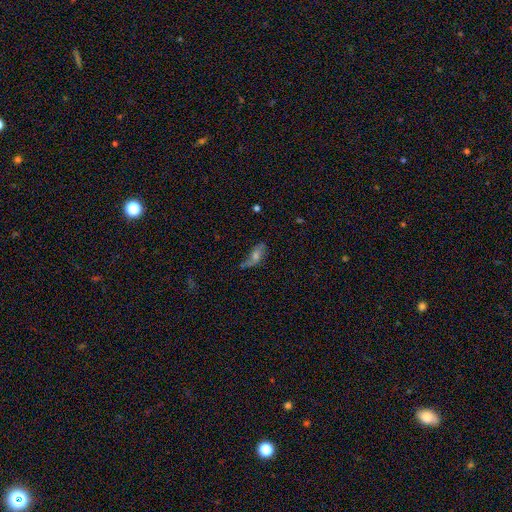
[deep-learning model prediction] smooth_or_featured: featured or disk (p=0.52) [alt: smooth p=0.35]
disk_edge_on: no (p=0.80) [alt: yes p=0.20]
merging: none (p=0.48) [alt: minor disturbance p=0.26]